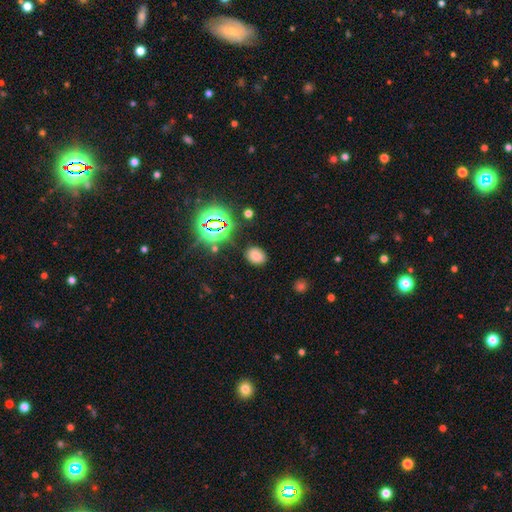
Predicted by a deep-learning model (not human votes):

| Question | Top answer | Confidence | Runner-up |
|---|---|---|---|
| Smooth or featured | smooth | 71% | star or artifact (23%) |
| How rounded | in between | 62% | round (37%) |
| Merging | none | 83% | minor disturbance (11%) |